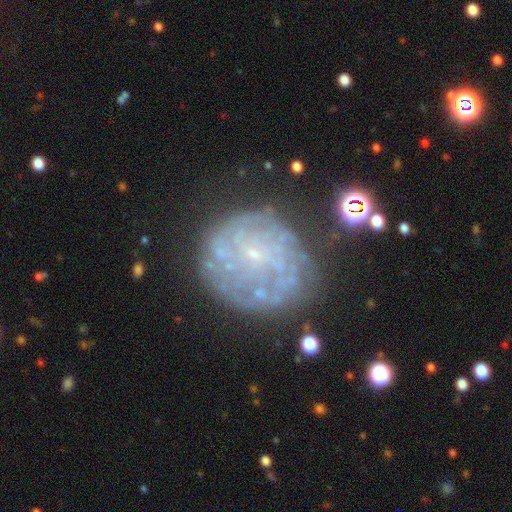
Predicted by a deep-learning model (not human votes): The model was most divided on "spiral arms": yes: 62%, no: 38%. More confident: edge-on disk — no (98%); bulge size — small (81%); bar — no (77%); smooth or featured — featured or disk (69%); merging — none (62%).